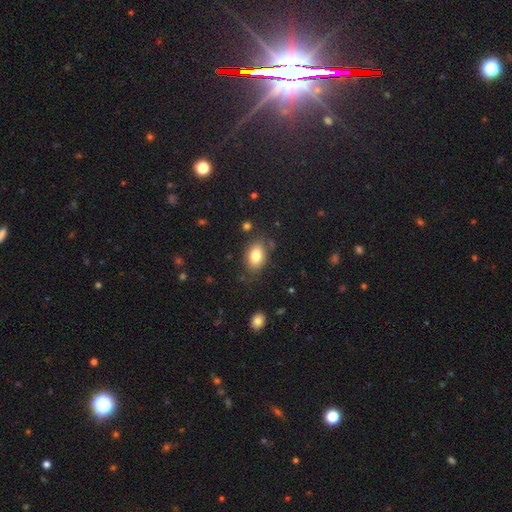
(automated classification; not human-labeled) A smooth galaxy with no disk features (81%) that is in between round and cigar-shaped (84%).

Vote fractions:
- Smooth or featured? smooth: 81% / featured or disk: 10% / star or artifact: 9%
- How rounded? in between: 84% / round: 15% / cigar-shaped: 1%
- Merging? none: 79% / minor disturbance: 14% / major disturbance: 4% / merger: 3%